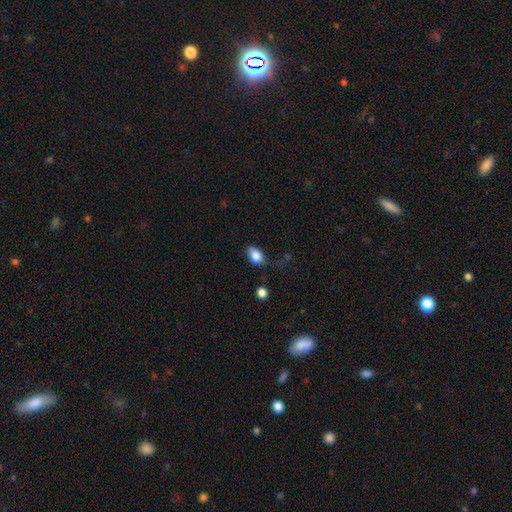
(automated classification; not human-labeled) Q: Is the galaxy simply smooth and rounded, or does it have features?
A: smooth — 84%.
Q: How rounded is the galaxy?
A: in between — 86%.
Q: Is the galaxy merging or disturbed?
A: none — 57%.